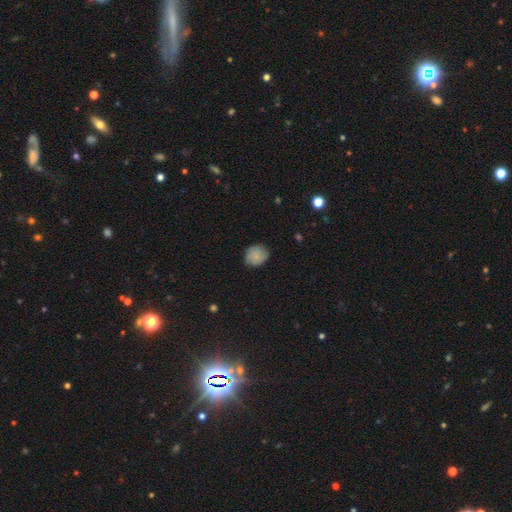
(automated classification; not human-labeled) Q: Smooth or featured?
A: smooth (79%); runner-up: featured or disk (13%)
Q: How rounded?
A: round (71%); runner-up: in between (28%)
Q: Merging?
A: none (79%); runner-up: minor disturbance (17%)